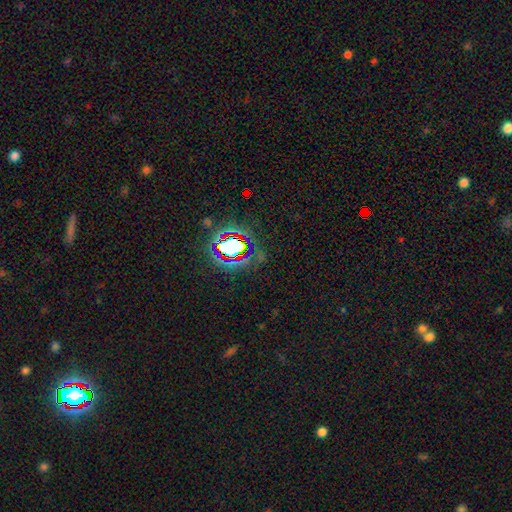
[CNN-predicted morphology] Smooth or featured? star or artifact (81%)